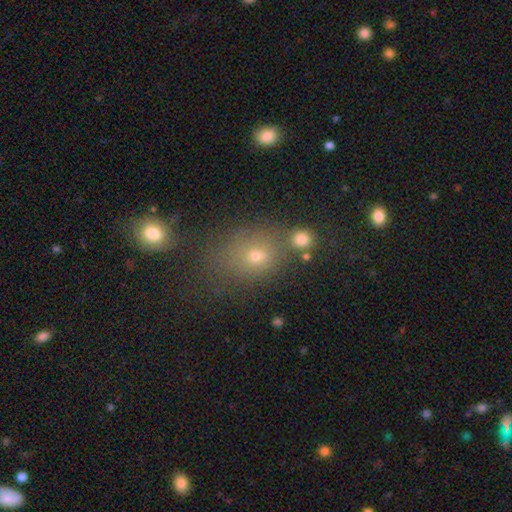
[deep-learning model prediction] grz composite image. It shows a smooth galaxy with no disk features (56%) that is round (61%). Merging: none (68%).